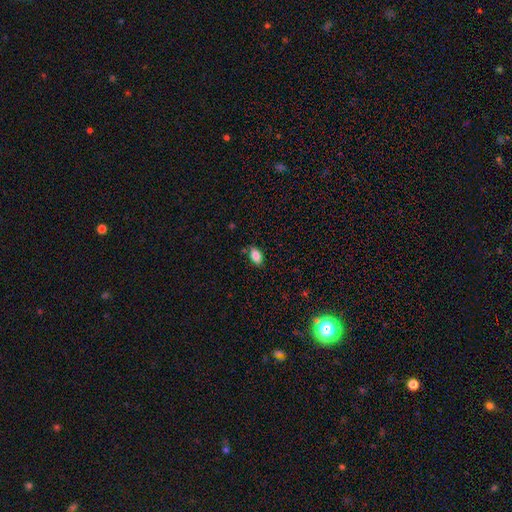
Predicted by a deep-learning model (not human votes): smooth-or-featured: smooth: 85% | star or artifact: 9% | featured or disk: 6%
  how-rounded: in between: 89% | round: 9% | cigar-shaped: 2%
  merging: none: 78% | minor disturbance: 15% | merger: 3% | major disturbance: 3%